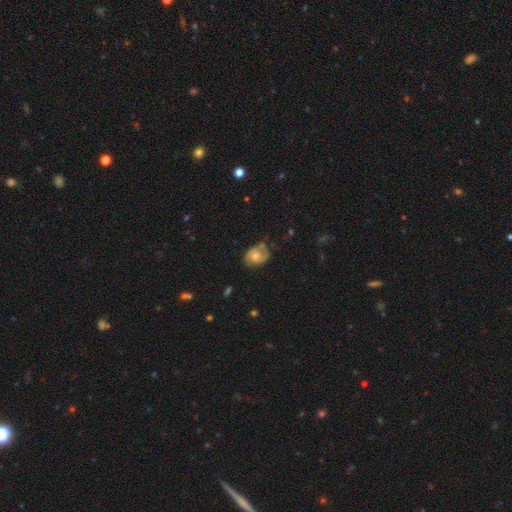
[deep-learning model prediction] featured or disk 57%, smooth 34%, star or artifact 8%. Down the decision tree: edge-on disk — no (97%); bar — no (73%); spiral arms — yes (85%); bulge size — moderate (46%); merging — none (59%).